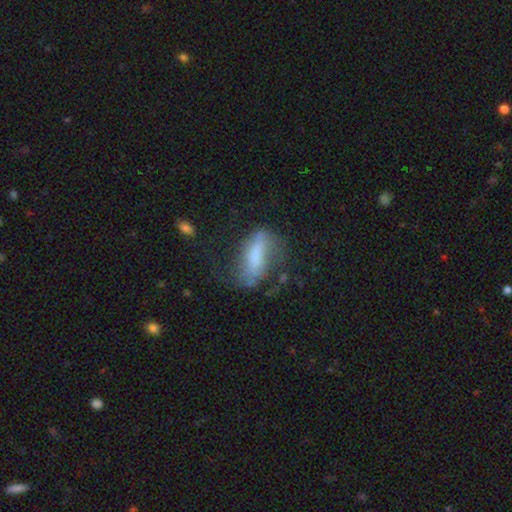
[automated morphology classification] type=smooth (49%); merging=none (43%).